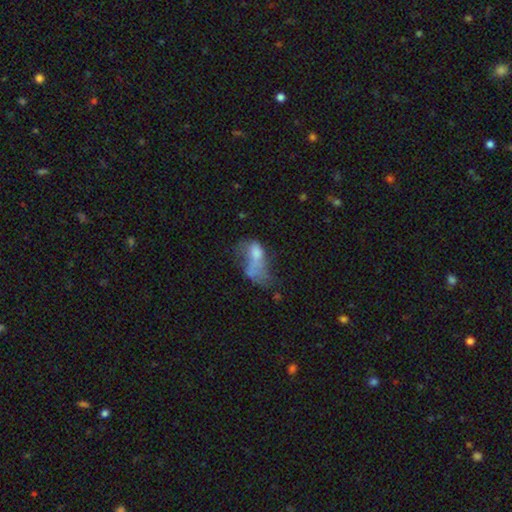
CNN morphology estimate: This is possibly a smooth galaxy (54%). How rounded: clearly in between (87%). Merging: possibly major disturbance (51%).